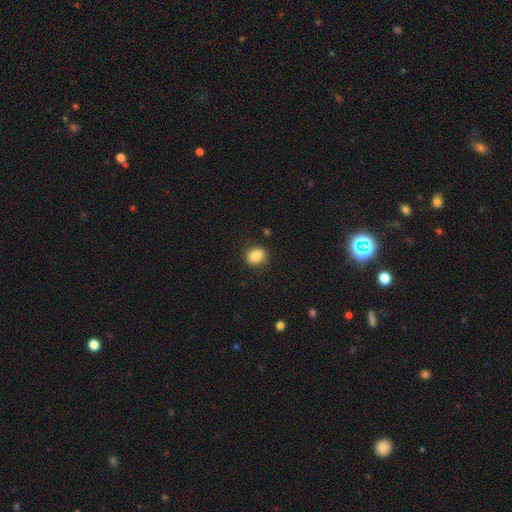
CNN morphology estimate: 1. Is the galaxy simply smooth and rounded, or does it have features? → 85% smooth, 9% star or artifact, 6% featured or disk.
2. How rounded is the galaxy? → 52% in between, 47% round, 1% cigar-shaped.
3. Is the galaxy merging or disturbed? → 87% none, 9% minor disturbance, 3% major disturbance, 1% merger.